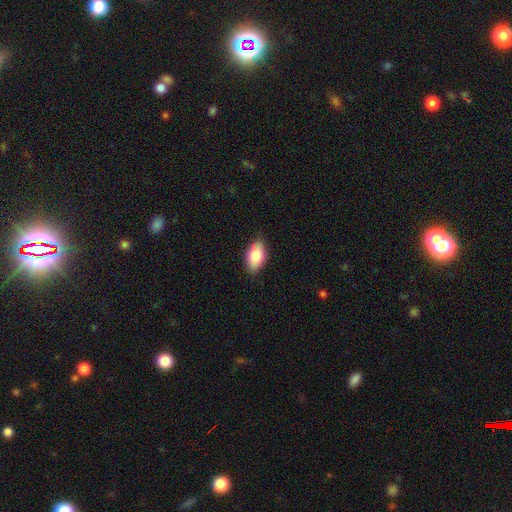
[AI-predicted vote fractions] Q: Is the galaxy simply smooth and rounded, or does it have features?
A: smooth — 82%.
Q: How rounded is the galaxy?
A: in between — 93%.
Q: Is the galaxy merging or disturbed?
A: none — 84%.